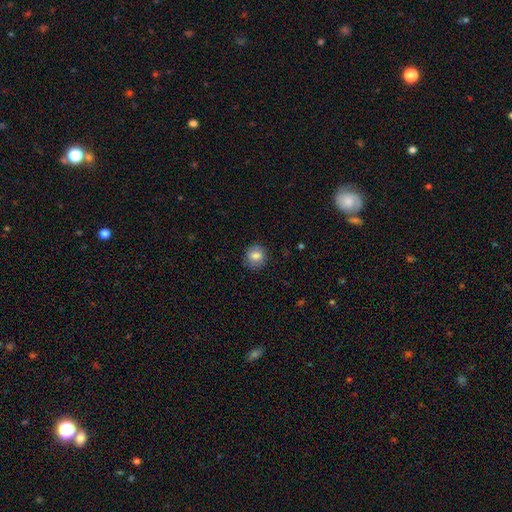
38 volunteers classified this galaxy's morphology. Volunteers were most divided on "smooth or featured": smooth: 79%, featured or disk: 13%, star or artifact: 8%. More confident: merging — none (89%); how rounded — round (83%).